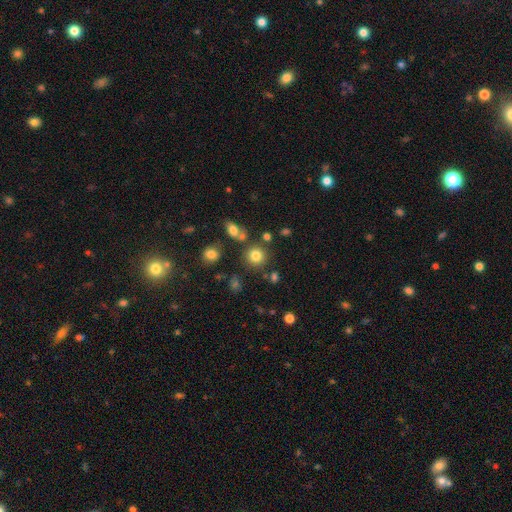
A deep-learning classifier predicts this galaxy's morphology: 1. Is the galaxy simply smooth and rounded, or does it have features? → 79% smooth, 13% star or artifact, 7% featured or disk.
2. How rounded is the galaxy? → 90% round, 9% in between, 1% cigar-shaped.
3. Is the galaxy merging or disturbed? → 80% none, 9% minor disturbance, 8% merger, 4% major disturbance.